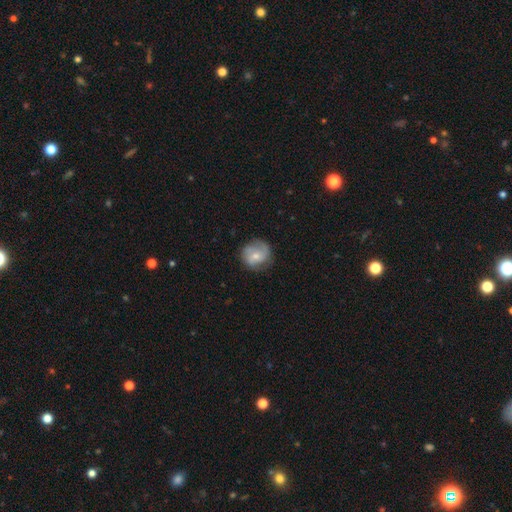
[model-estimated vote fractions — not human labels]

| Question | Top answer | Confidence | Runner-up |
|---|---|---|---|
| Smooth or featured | featured or disk | 48% | smooth (45%) |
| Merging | none | 70% | minor disturbance (21%) |